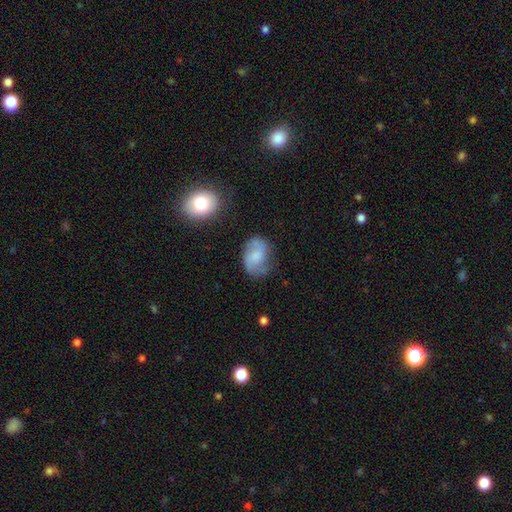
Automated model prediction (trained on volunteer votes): smooth-or-featured: featured or disk: 54% | smooth: 38% | star or artifact: 8%
  disk-edge-on: no: 97% | yes: 3%
    bar: no: 58% | weak: 36% | strong: 6%
    has-spiral-arms: yes: 88% | no: 12%
    bulge-size: small: 32% | moderate: 31% | none: 26% | large: 9% | dominant: 2%
  merging: none: 61% | minor disturbance: 25% | major disturbance: 11% | merger: 3%